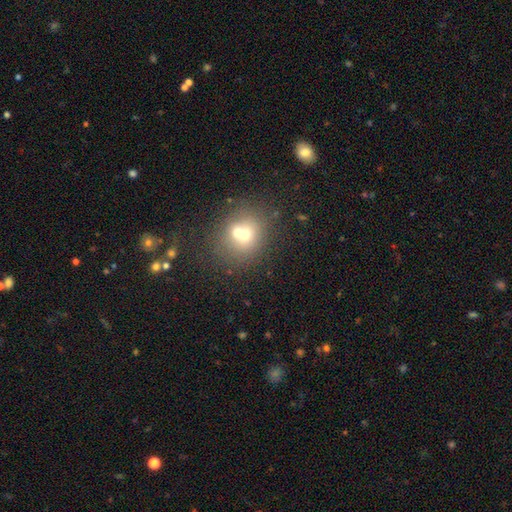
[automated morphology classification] smooth-or-featured: smooth: 59% | star or artifact: 21% | featured or disk: 20%
  how-rounded: round: 72% | in between: 27% | cigar-shaped: 1%
  merging: none: 48% | merger: 37% | minor disturbance: 10% | major disturbance: 5%